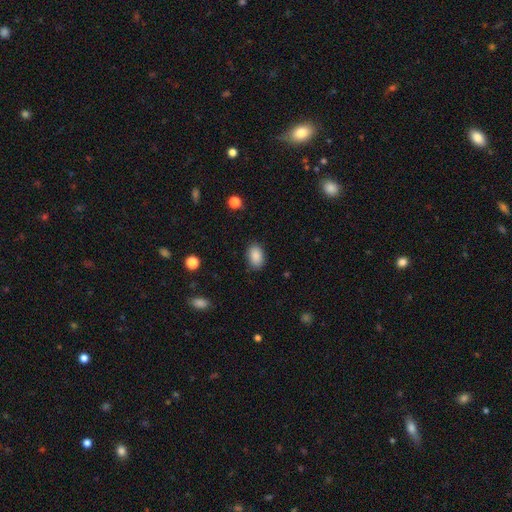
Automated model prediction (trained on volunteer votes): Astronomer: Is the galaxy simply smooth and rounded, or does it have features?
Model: smooth — 88%.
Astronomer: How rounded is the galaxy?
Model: in between — 89%.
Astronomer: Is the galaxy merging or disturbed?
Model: none — 84%.